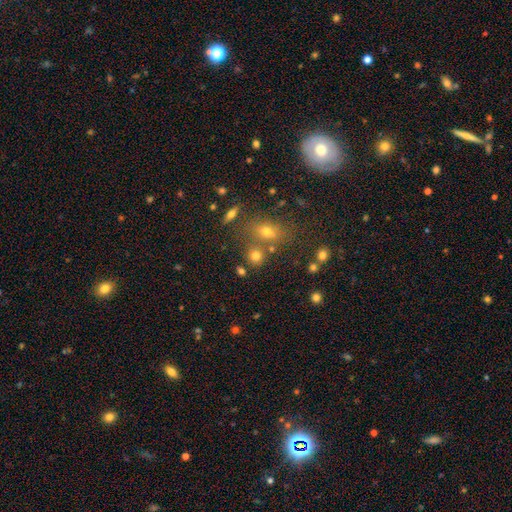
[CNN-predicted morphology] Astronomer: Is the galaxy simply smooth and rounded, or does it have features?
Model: smooth — 74%.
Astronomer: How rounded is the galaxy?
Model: round — 80%.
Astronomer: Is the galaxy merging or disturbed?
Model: none — 68%.